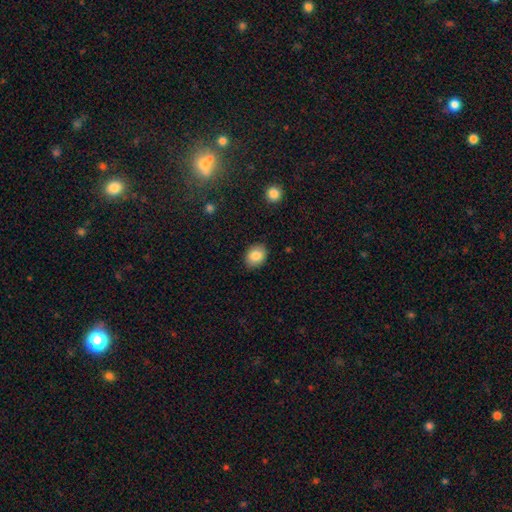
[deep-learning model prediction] Q: Smooth or featured?
A: smooth (85%); runner-up: star or artifact (8%)
Q: How rounded?
A: in between (56%); runner-up: round (43%)
Q: Merging?
A: none (88%); runner-up: minor disturbance (9%)